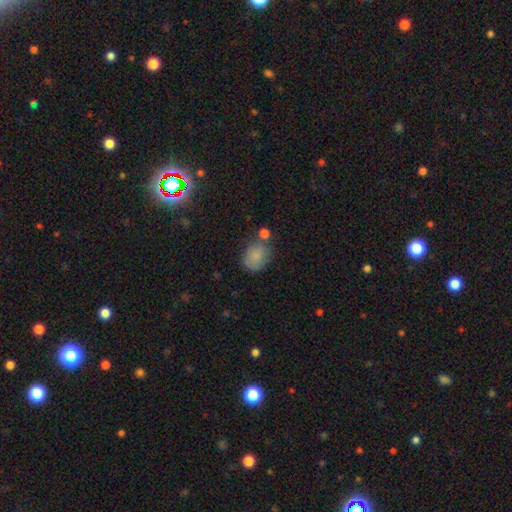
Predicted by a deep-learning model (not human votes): A smooth galaxy with no disk features (81%) that is round (50%).

Vote fractions:
- Smooth or featured? smooth: 81% / star or artifact: 11% / featured or disk: 8%
- How rounded? round: 50% / in between: 49% / cigar-shaped: 1%
- Merging? none: 58% / minor disturbance: 22% / merger: 12% / major disturbance: 8%